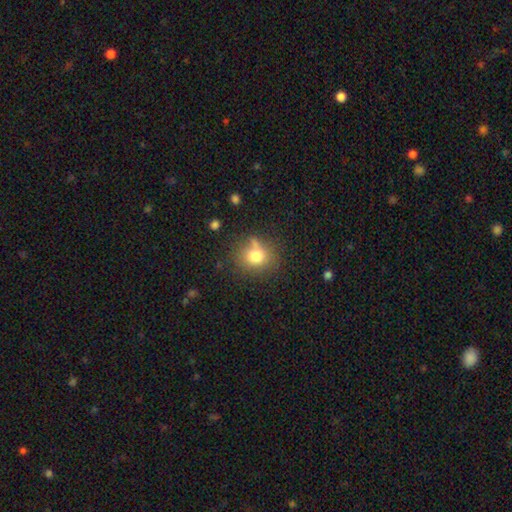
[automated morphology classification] smooth_or_featured: smooth (p=0.76) [alt: star or artifact p=0.13]
how_rounded: round (p=0.77) [alt: in between p=0.22]
merging: none (p=0.67) [alt: minor disturbance p=0.18]